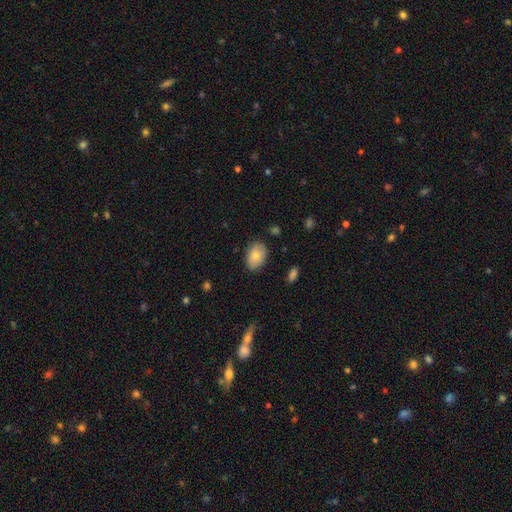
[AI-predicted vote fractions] smooth_or_featured: smooth (p=0.79) [alt: featured or disk p=0.14]
how_rounded: in between (p=0.86) [alt: round p=0.13]
merging: none (p=0.83) [alt: minor disturbance p=0.14]